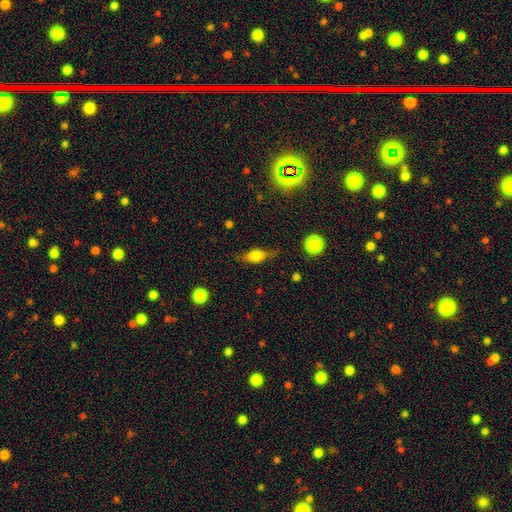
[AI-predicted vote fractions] This is possibly a smooth galaxy (54%). How rounded: possibly in between (60%). Merging: likely none (75%).